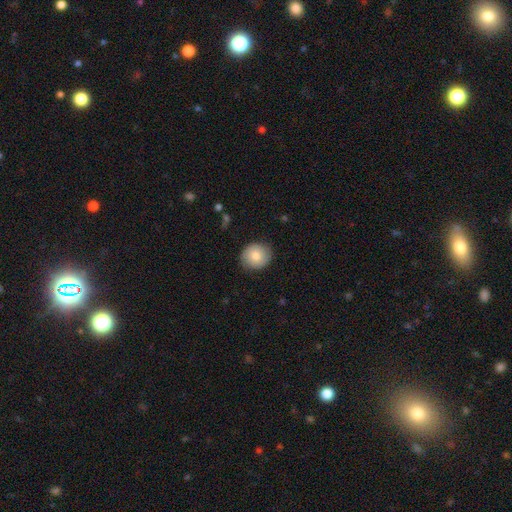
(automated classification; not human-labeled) Morphology: type=smooth (79%); roundness=round (84%); merging=none (85%).